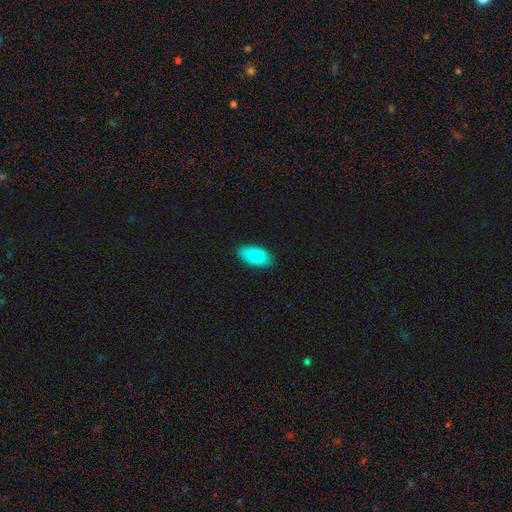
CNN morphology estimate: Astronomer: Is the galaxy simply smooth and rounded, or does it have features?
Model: smooth — 89%.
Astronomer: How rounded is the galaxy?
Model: in between — 95%.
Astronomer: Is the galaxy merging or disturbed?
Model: none — 85%.